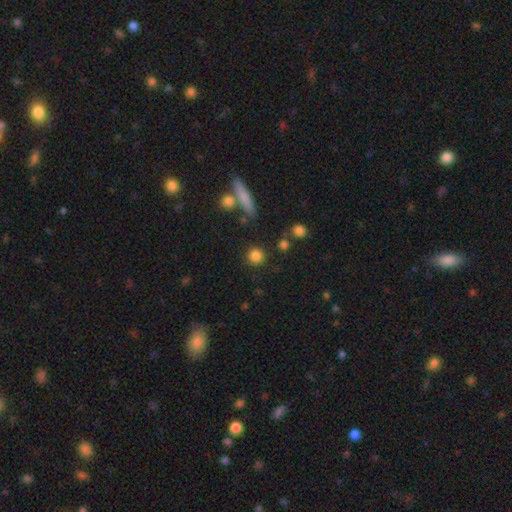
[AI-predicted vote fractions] The model was most divided on "smooth or featured": smooth: 83%, star or artifact: 11%, featured or disk: 6%. More confident: how rounded — round (91%); merging — none (85%).